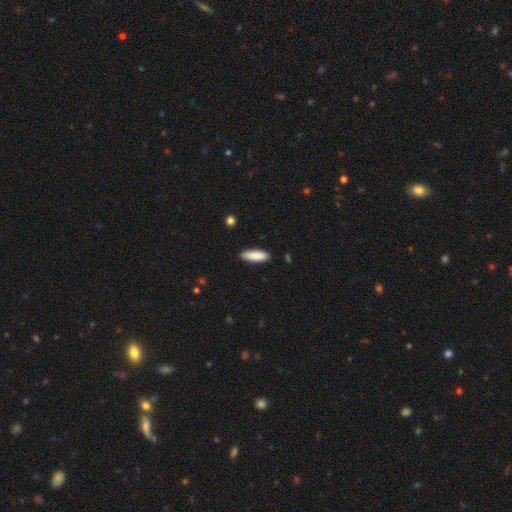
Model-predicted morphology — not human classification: Smooth or featured?
  - smooth: 89% *
  - featured or disk: 6%
  - star or artifact: 6%
How rounded?
  - in between: 55% *
  - cigar-shaped: 44%
  - round: 2%
Merging?
  - none: 88% *
  - minor disturbance: 9%
  - major disturbance: 2%
  - merger: 1%